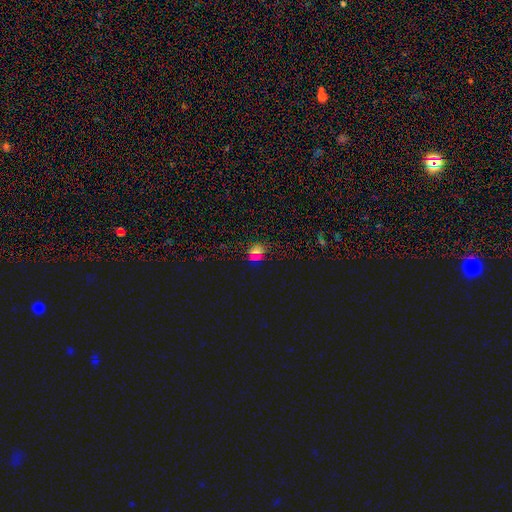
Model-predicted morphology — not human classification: Smooth or featured?
  - smooth: 48% *
  - star or artifact: 44%
  - featured or disk: 8%
Merging?
  - none: 82% *
  - minor disturbance: 10%
  - major disturbance: 4%
  - merger: 4%